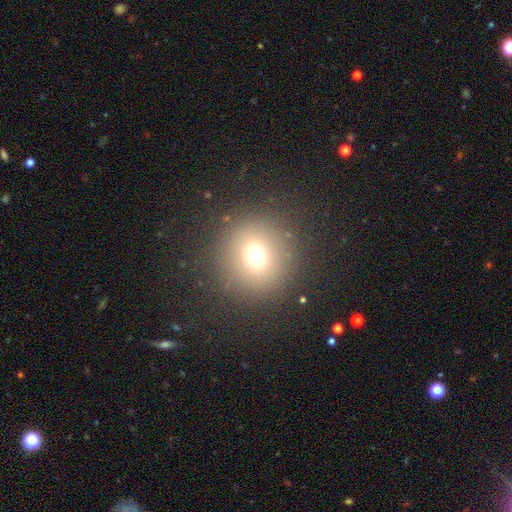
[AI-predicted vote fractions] This appears to be a smooth galaxy with no disk features (70%) that is round (93%). Merging: none (87%).